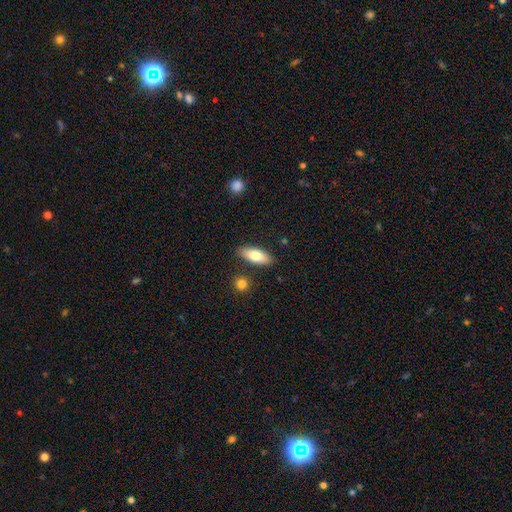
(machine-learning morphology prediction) A smooth galaxy with no disk features (77%) that is in between round and cigar-shaped (76%). Merging: none (85%).